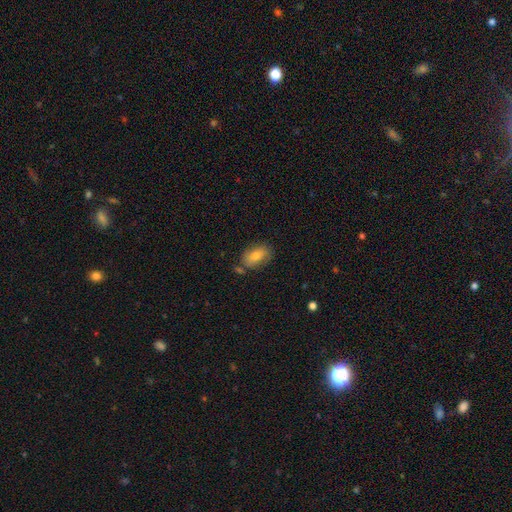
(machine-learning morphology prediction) Smooth or featured: smooth — 71% (featured or disk — 20%)
How rounded: in between — 88% (round — 9%)
Merging: none — 73% (minor disturbance — 17%)